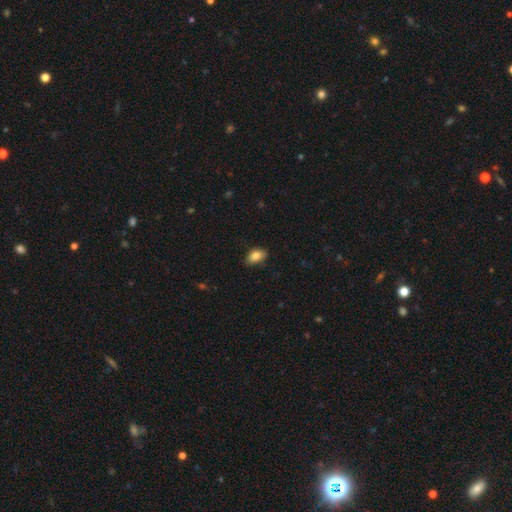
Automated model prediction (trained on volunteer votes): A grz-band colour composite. It shows a smooth galaxy with no disk features (86%) that is in between round and cigar-shaped (89%). Merging: none (83%).